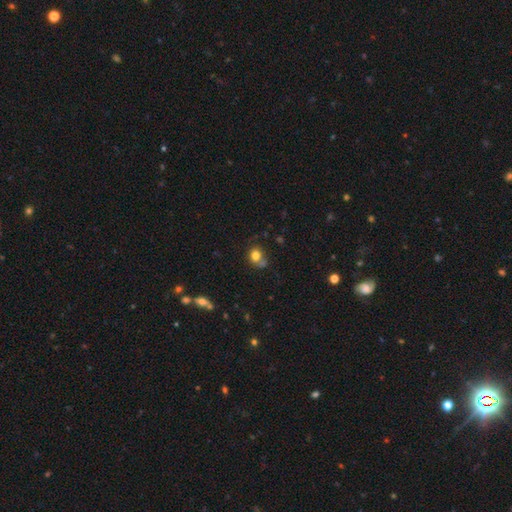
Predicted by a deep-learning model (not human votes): A smooth galaxy with no disk features (78%) that is round (70%).

Vote fractions:
- Smooth or featured? smooth: 78% / star or artifact: 12% / featured or disk: 11%
- How rounded? round: 70% / in between: 29% / cigar-shaped: 1%
- Merging? none: 54% / minor disturbance: 21% / merger: 16% / major disturbance: 9%